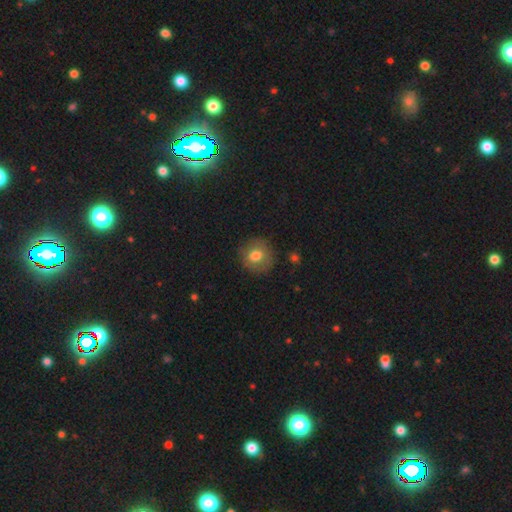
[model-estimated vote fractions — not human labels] Smooth or featured?
  - smooth: 76% *
  - featured or disk: 15%
  - star or artifact: 9%
How rounded?
  - round: 89% *
  - in between: 10%
  - cigar-shaped: 1%
Merging?
  - none: 85% *
  - minor disturbance: 10%
  - major disturbance: 3%
  - merger: 1%